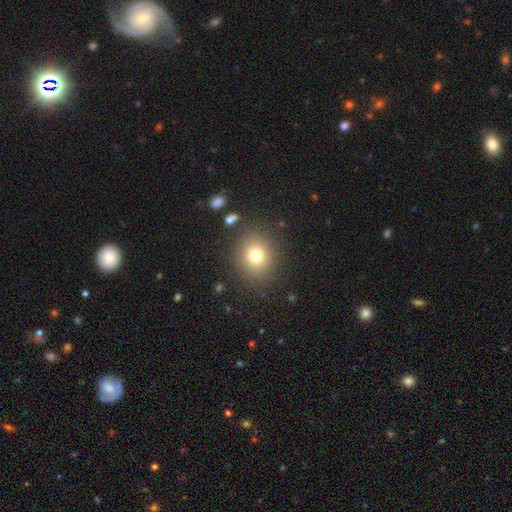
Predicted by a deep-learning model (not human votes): Overall: smooth (76%). How rounded: round (82%). Merging: none (86%).